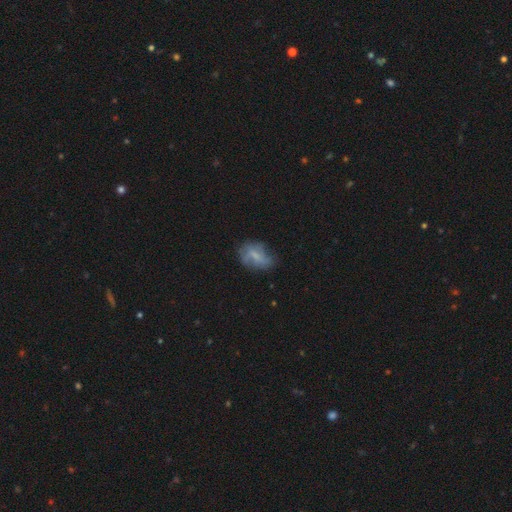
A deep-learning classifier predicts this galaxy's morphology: Overall: featured or disk (49%; smooth 42%). Merging: none (51%; minor disturbance 30%).